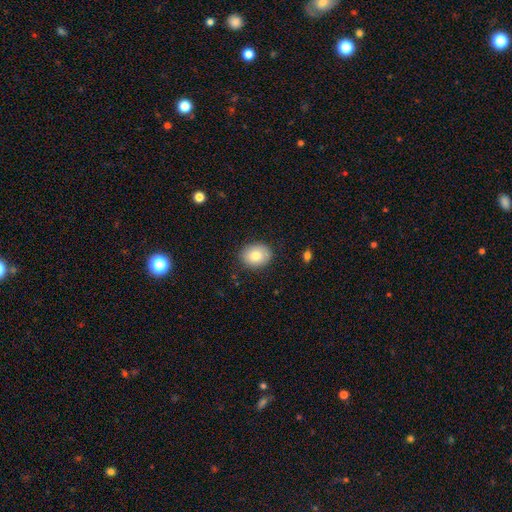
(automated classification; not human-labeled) The model was most divided on "how rounded": in between: 52%, round: 47%, cigar-shaped: 1%. More confident: merging — none (86%); smooth or featured — smooth (80%).